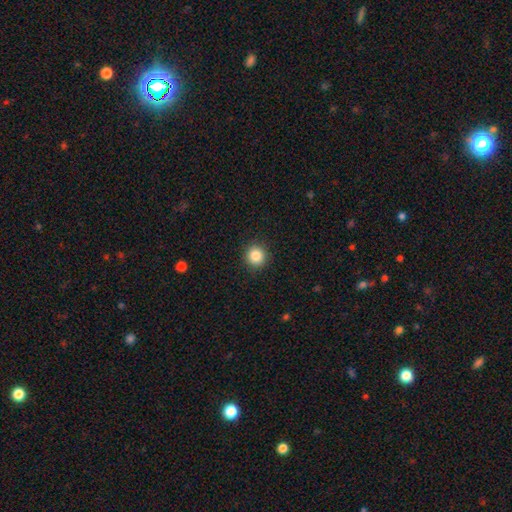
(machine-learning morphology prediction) type=smooth (85%); roundness=round (93%); merging=none (91%).